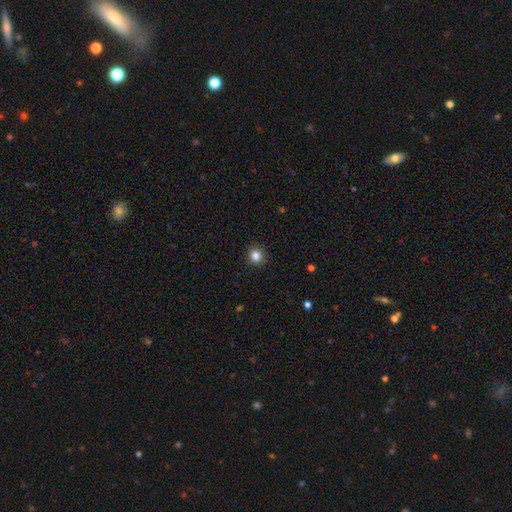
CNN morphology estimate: This appears to be a smooth galaxy with no disk features (84%) that is round (90%). Merging: none (90%).